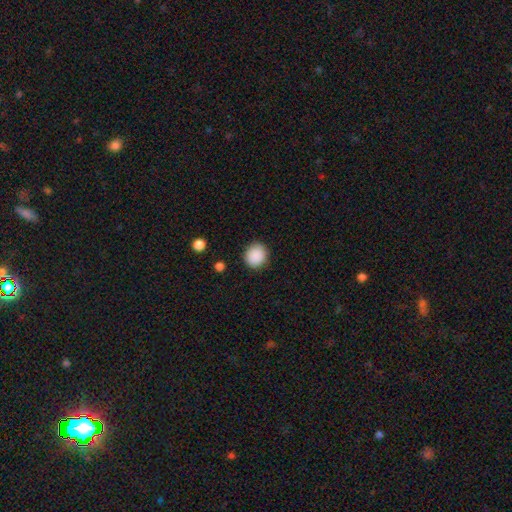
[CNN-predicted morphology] The model was most divided on "how rounded": round: 83%, in between: 16%, cigar-shaped: 1%. More confident: smooth or featured — smooth (89%); merging — none (89%).